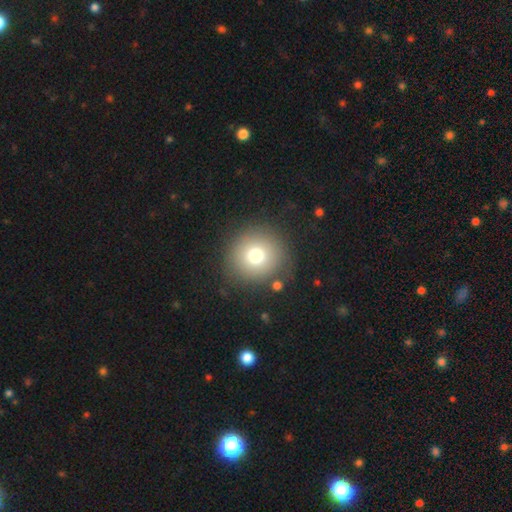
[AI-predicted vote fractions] Smooth or featured? smooth (75%)
How rounded? round (93%)
Merging? none (84%)